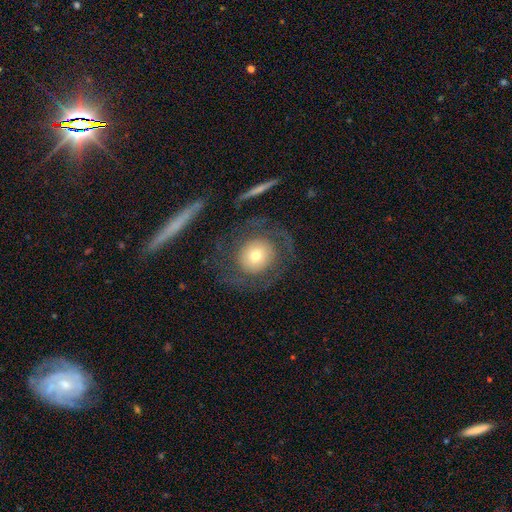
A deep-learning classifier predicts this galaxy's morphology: type=featured or disk (57%); edge-on=no (94%); bar=no (82%); spiral arms=yes (70%); bulge=moderate (52%); merging=none (68%).